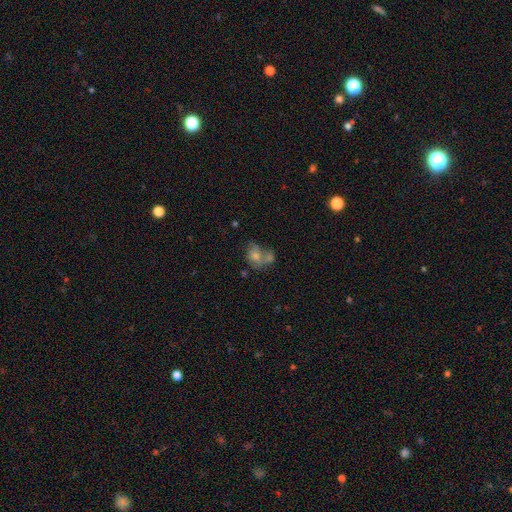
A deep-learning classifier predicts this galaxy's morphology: Q: Smooth or featured?
A: smooth (52%); runner-up: featured or disk (30%)
Q: How rounded?
A: round (52%); runner-up: in between (46%)
Q: Merging?
A: merger (45%); runner-up: none (32%)